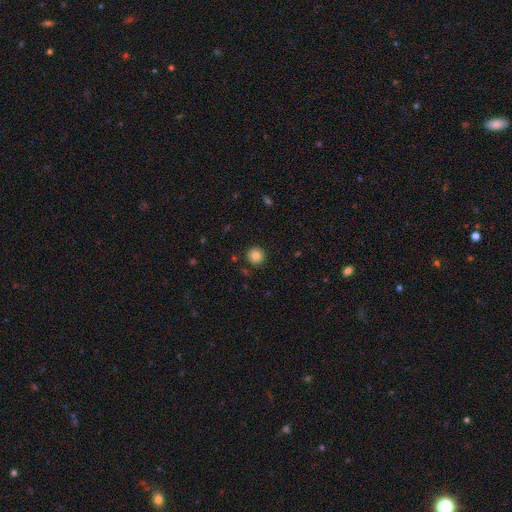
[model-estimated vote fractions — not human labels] A smooth galaxy with no disk features (82%) that is round (95%).

Vote fractions:
- Smooth or featured? smooth: 82% / star or artifact: 10% / featured or disk: 8%
- How rounded? round: 95% / in between: 4% / cigar-shaped: 1%
- Merging? none: 90% / minor disturbance: 7% / major disturbance: 2% / merger: 1%